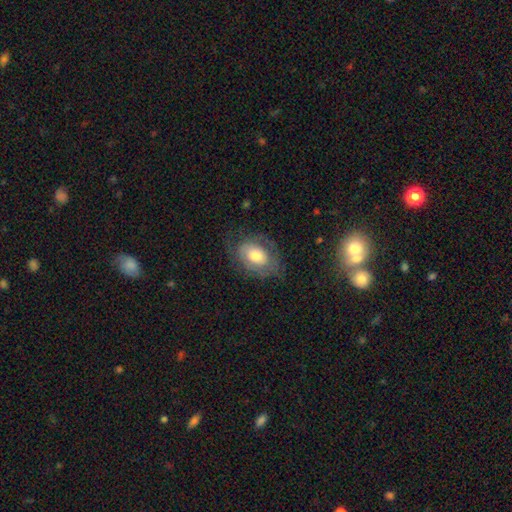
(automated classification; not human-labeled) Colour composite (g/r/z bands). It shows a smooth galaxy with no disk features (50%) that is in between round and cigar-shaped (76%). Merging: none (62%).